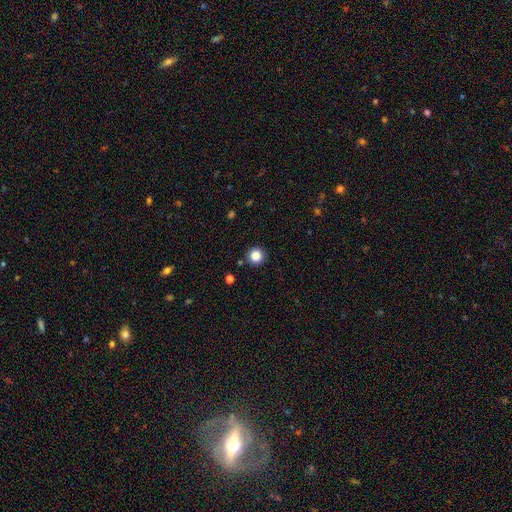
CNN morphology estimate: A smooth galaxy with no disk features (85%) that is round (95%).

Vote fractions:
- Smooth or featured? smooth: 85% / star or artifact: 11% / featured or disk: 3%
- How rounded? round: 95% / in between: 4% / cigar-shaped: 1%
- Merging? none: 91% / minor disturbance: 5% / major disturbance: 2% / merger: 2%